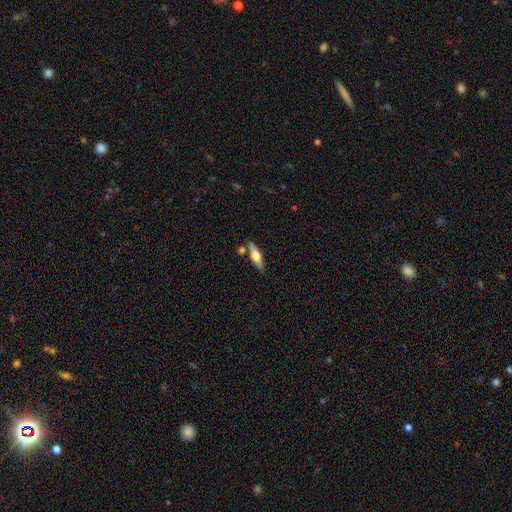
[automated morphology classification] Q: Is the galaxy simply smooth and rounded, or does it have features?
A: featured or disk — 56%.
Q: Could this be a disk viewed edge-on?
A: yes — 92%.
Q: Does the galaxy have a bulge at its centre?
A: rounded — 92%.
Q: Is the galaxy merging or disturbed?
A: none — 76%.